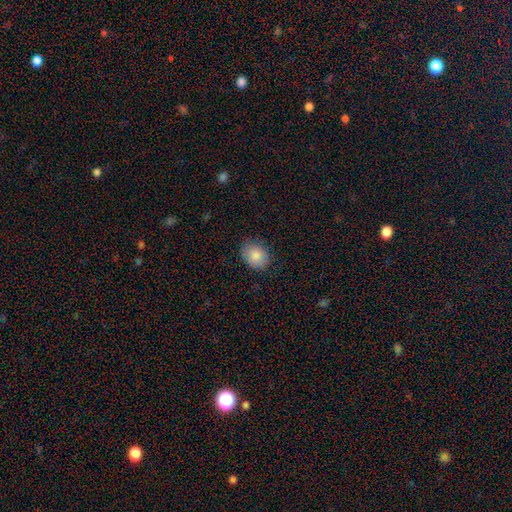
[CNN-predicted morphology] A smooth galaxy with no disk features (86%) that is in between round and cigar-shaped (59%).

Vote fractions:
- Smooth or featured? smooth: 86% / star or artifact: 7% / featured or disk: 6%
- How rounded? in between: 59% / round: 40% / cigar-shaped: 1%
- Merging? none: 85% / minor disturbance: 12% / major disturbance: 3% / merger: 1%